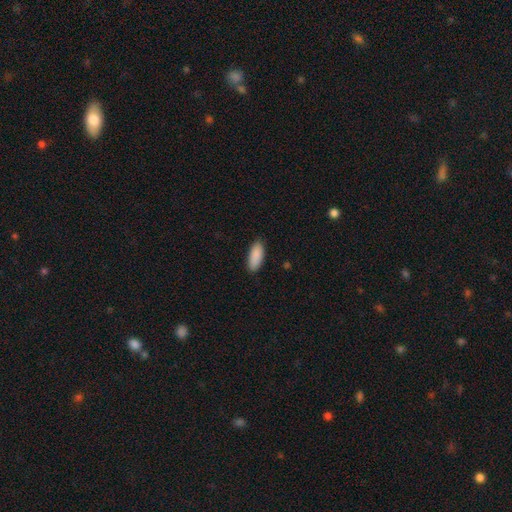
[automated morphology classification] smooth_or_featured: smooth (p=0.91) [alt: star or artifact p=0.06]
how_rounded: in between (p=0.82) [alt: cigar-shaped p=0.17]
merging: none (p=0.87) [alt: minor disturbance p=0.10]